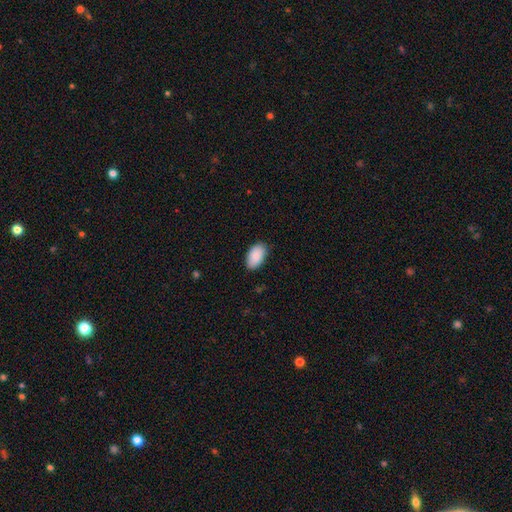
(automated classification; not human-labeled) Morphology: type=smooth (90%); roundness=in between (95%); merging=none (86%).